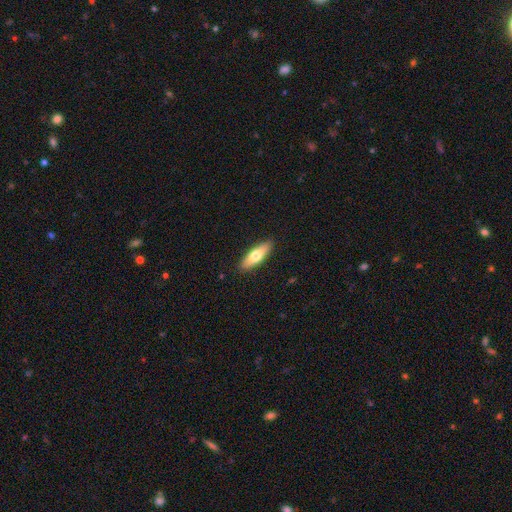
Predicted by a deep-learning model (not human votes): Smooth or featured? Predicted: smooth (p=0.67). How rounded? Predicted: in between (p=0.52). Merging? Predicted: none (p=0.90).